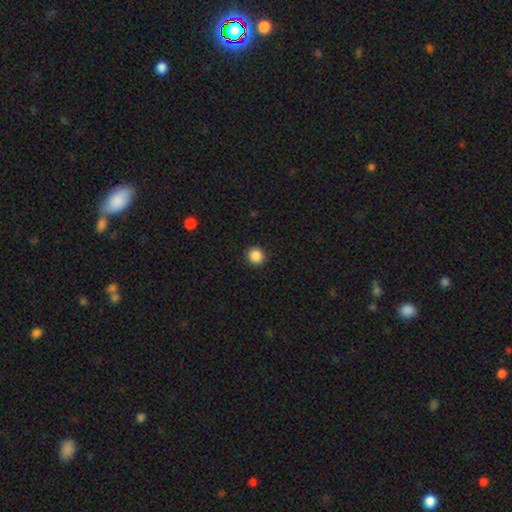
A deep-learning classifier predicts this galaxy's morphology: The model was most divided on "how rounded": round: 88%, in between: 11%, cigar-shaped: 1%. More confident: merging — none (92%); smooth or featured — smooth (87%).